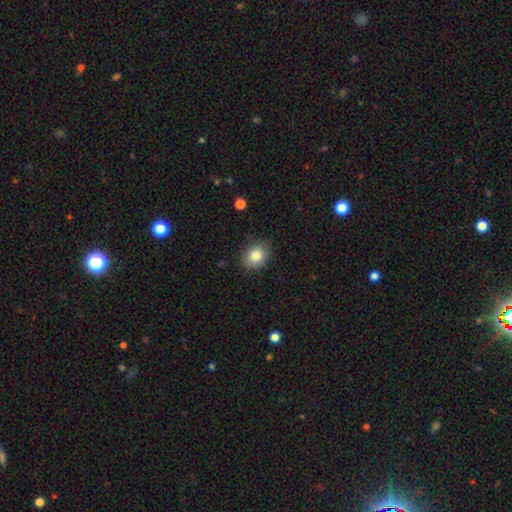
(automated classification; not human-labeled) Smooth or featured?
  - smooth: 83% *
  - star or artifact: 9%
  - featured or disk: 8%
How rounded?
  - round: 51% *
  - in between: 48%
  - cigar-shaped: 1%
Merging?
  - none: 87% *
  - minor disturbance: 9%
  - major disturbance: 2%
  - merger: 1%